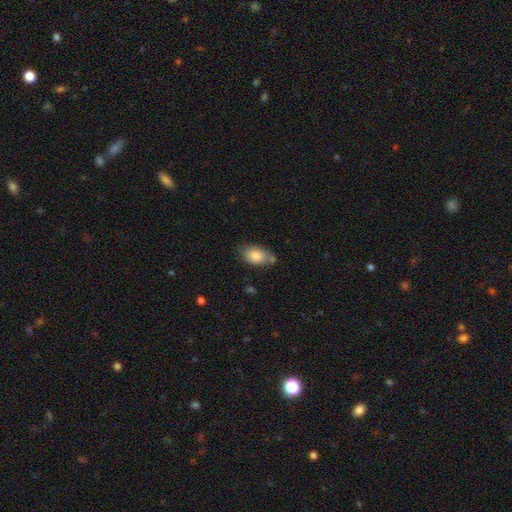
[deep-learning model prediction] This is clearly a smooth galaxy (84%). How rounded: clearly in between (90%). Merging: possibly none (59%).